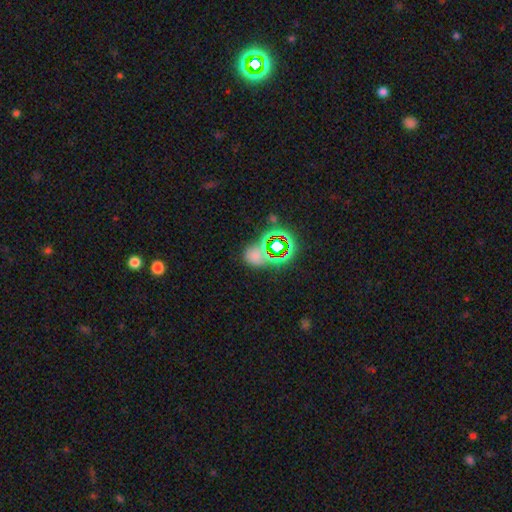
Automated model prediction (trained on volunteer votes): Morphology: type=smooth (47%); merging=none (61%).